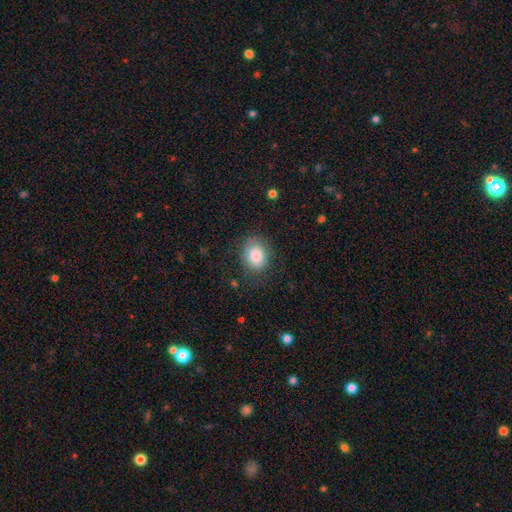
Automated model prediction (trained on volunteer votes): Smooth or featured?
  - smooth: 84% *
  - star or artifact: 8%
  - featured or disk: 8%
How rounded?
  - round: 57% *
  - in between: 42%
  - cigar-shaped: 1%
Merging?
  - none: 76% *
  - minor disturbance: 16%
  - major disturbance: 7%
  - merger: 1%